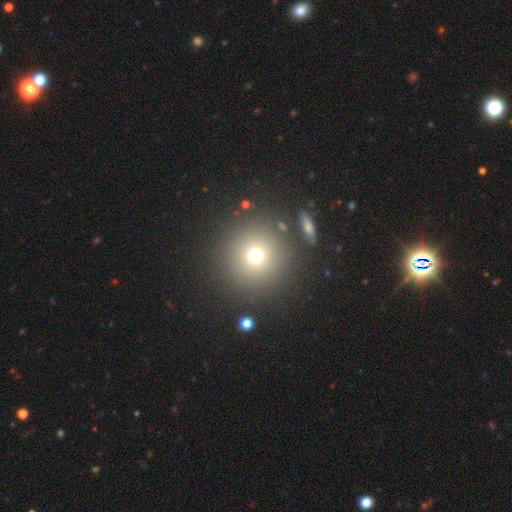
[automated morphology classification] Q: Smooth or featured?
A: smooth (70%); runner-up: star or artifact (19%)
Q: How rounded?
A: round (95%); runner-up: in between (4%)
Q: Merging?
A: none (86%); runner-up: minor disturbance (6%)